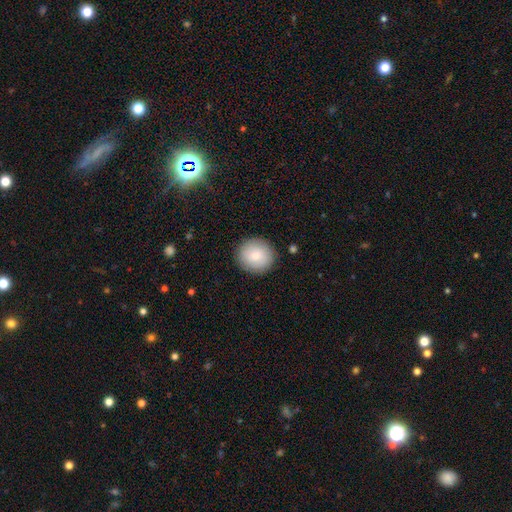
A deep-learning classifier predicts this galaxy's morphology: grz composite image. It shows a smooth galaxy with no disk features (82%) that is round (88%). Merging: none (89%).